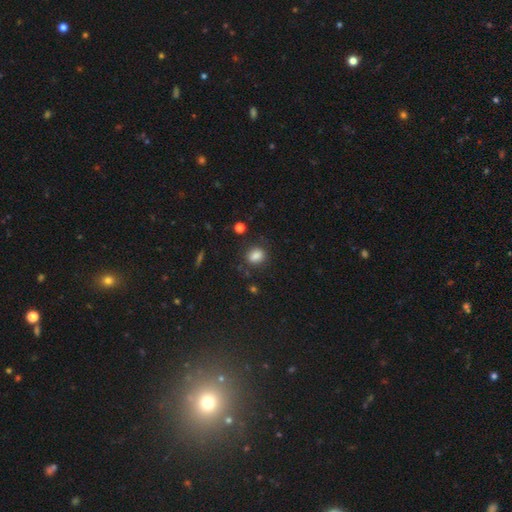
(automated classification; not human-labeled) Smooth or featured: smooth — 84% (star or artifact — 11%)
How rounded: round — 55% (in between — 44%)
Merging: none — 80% (minor disturbance — 13%)